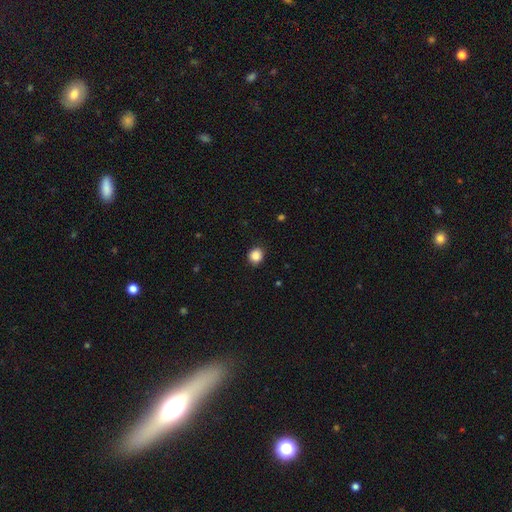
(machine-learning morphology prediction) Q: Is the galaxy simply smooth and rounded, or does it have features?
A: smooth — 87%.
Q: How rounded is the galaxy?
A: round — 86%.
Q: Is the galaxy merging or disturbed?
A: none — 89%.